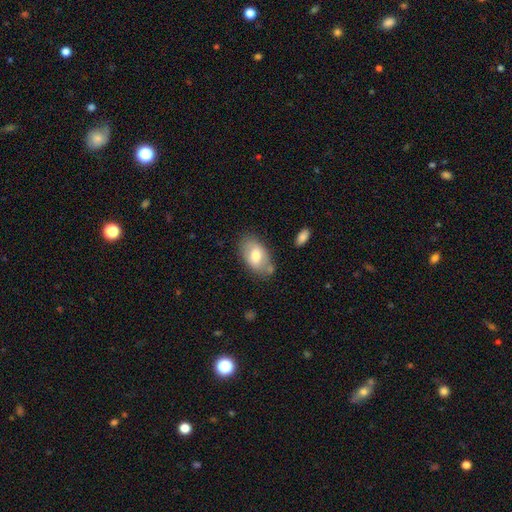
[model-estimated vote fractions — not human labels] Overall: smooth (70%). How rounded: in between (93%). Merging: none (70%).